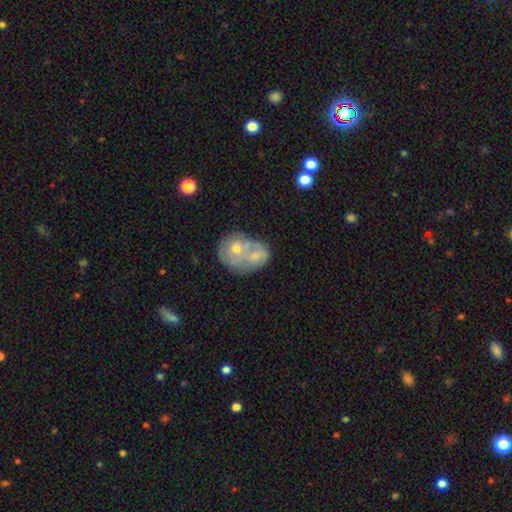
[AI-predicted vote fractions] Smooth or featured: featured or disk — 47% (smooth — 46%)
Merging: merger — 73% (none — 14%)